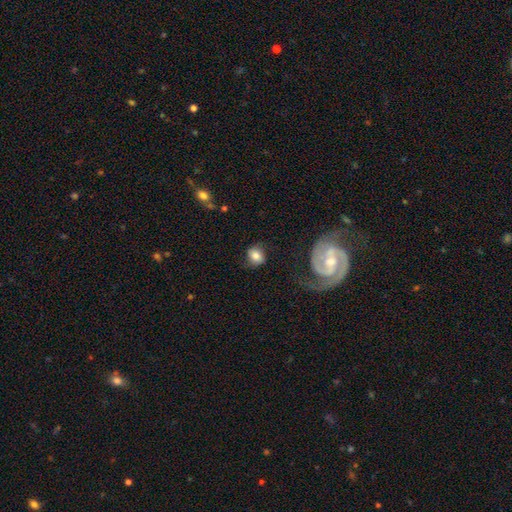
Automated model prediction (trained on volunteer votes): Smooth or featured: smooth — 73% (featured or disk — 19%)
How rounded: round — 62% (in between — 37%)
Merging: none — 69% (minor disturbance — 18%)